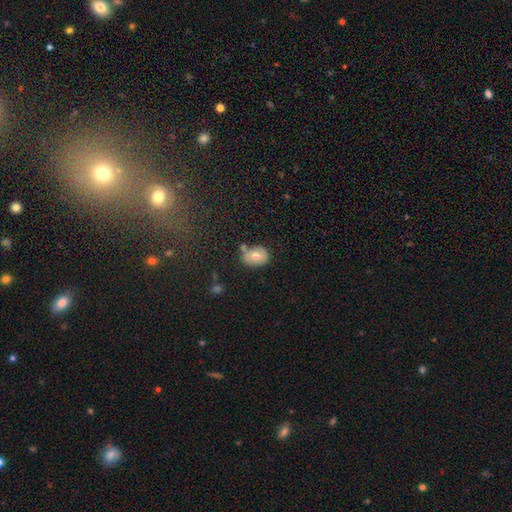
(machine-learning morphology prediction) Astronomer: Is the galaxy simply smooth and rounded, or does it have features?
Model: smooth — 65%.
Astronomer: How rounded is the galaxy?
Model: in between — 61% (runner-up: round, 38%).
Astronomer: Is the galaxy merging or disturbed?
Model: none — 67%.